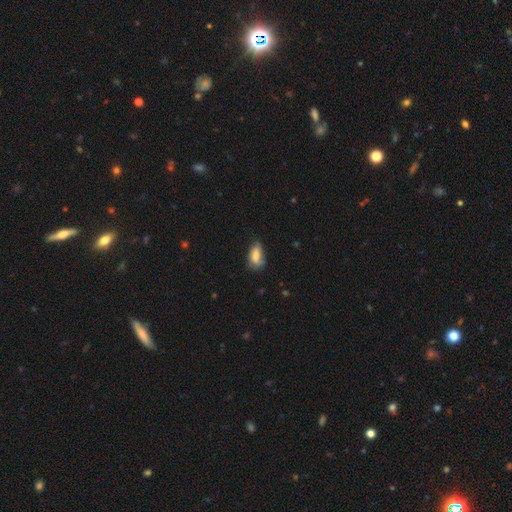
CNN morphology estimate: Smooth or featured? smooth (64%)
How rounded? in between (88%)
Merging? none (49%)